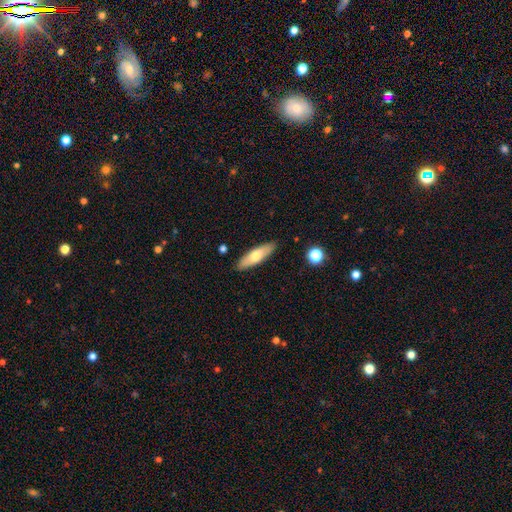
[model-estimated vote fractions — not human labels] A smooth galaxy with no disk features (64%) that is cigar-shaped (56%).

Vote fractions:
- Smooth or featured? smooth: 64% / featured or disk: 30% / star or artifact: 6%
- How rounded? cigar-shaped: 56% / in between: 42% / round: 2%
- Merging? none: 88% / minor disturbance: 9% / major disturbance: 2% / merger: 1%